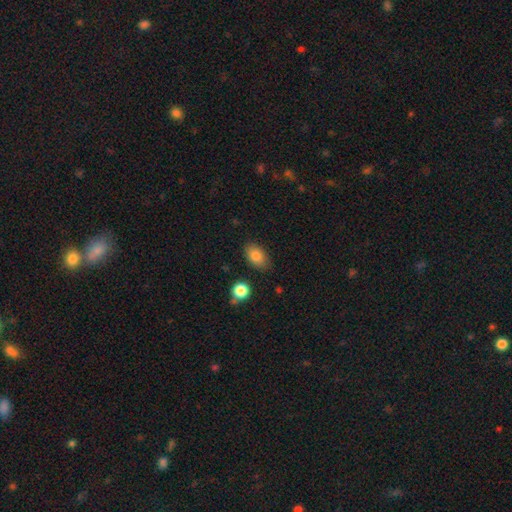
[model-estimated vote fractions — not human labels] This is clearly a smooth galaxy (83%). How rounded: clearly in between (88%). Merging: clearly none (81%).